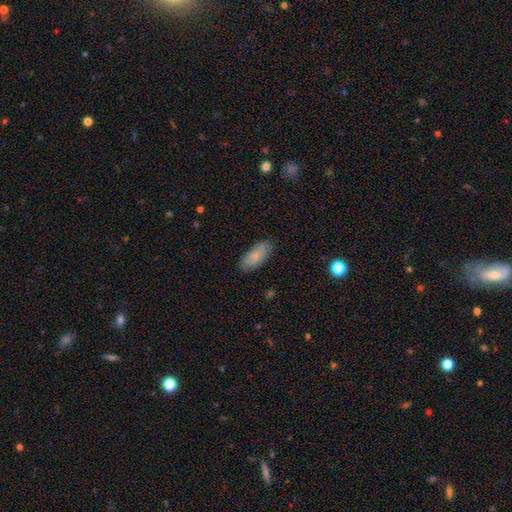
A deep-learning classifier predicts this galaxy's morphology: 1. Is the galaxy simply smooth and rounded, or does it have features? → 80% smooth, 14% featured or disk, 6% star or artifact.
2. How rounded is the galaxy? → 84% in between, 14% cigar-shaped, 2% round.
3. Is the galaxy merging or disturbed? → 85% none, 12% minor disturbance, 2% major disturbance, 1% merger.